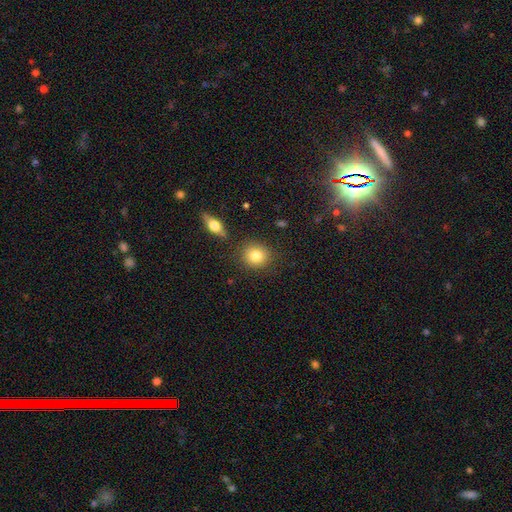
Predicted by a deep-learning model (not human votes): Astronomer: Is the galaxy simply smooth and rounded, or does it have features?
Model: smooth — 81%.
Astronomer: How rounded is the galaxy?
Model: round — 79%.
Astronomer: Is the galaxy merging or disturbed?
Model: none — 83%.